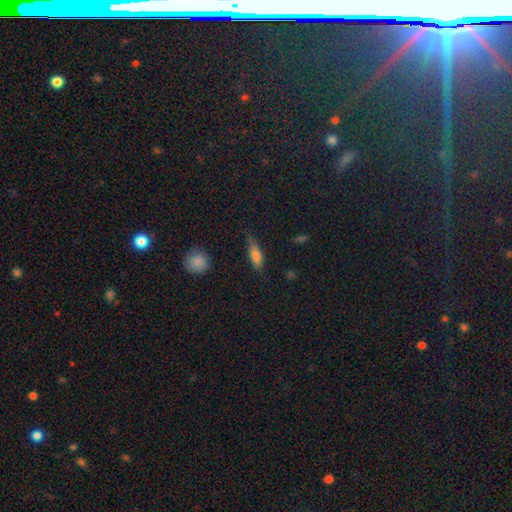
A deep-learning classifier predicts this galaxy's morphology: The model was most divided on "how rounded": in between: 58%, cigar-shaped: 39%, round: 3%. More confident: smooth or featured — smooth (76%); merging — none (60%).